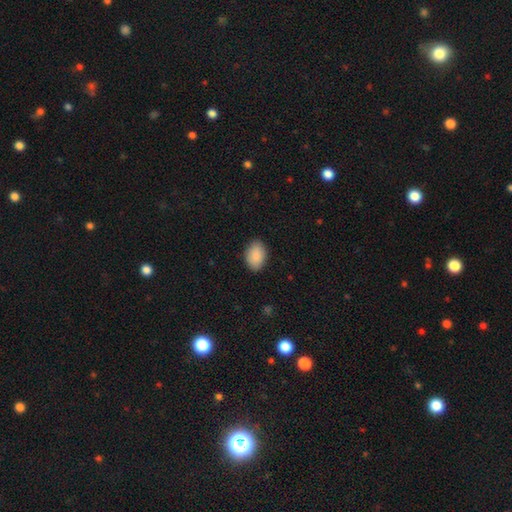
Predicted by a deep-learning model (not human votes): smooth-or-featured: smooth: 90% | star or artifact: 6% | featured or disk: 4%
  how-rounded: in between: 86% | round: 13% | cigar-shaped: 1%
  merging: none: 87% | minor disturbance: 10% | major disturbance: 2% | merger: 1%